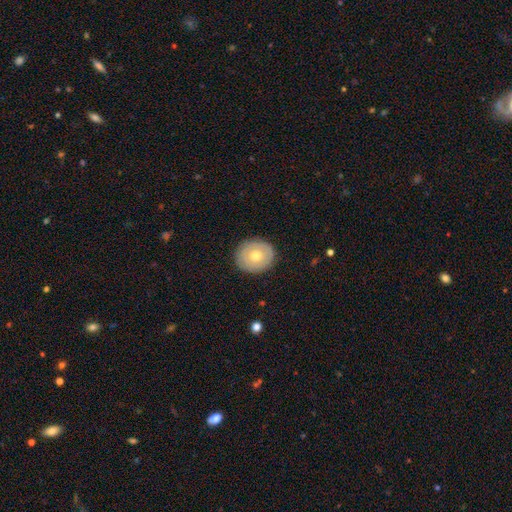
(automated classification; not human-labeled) Morphology: type=smooth (57%); roundness=round (71%); merging=none (88%).